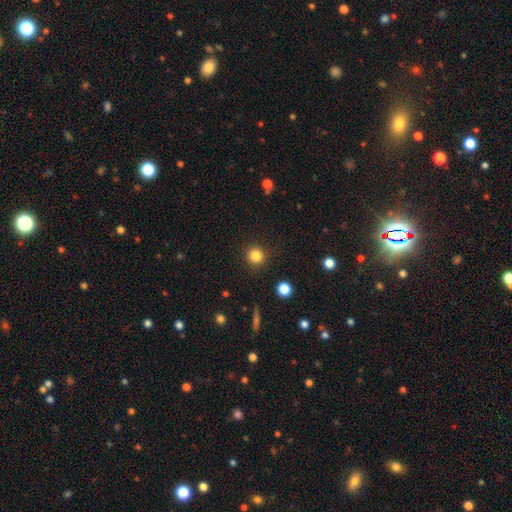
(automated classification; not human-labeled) A smooth galaxy with no disk features (83%) that is round (93%).

Vote fractions:
- Smooth or featured? smooth: 83% / star or artifact: 12% / featured or disk: 5%
- How rounded? round: 93% / in between: 6% / cigar-shaped: 1%
- Merging? none: 91% / minor disturbance: 6% / major disturbance: 2% / merger: 1%